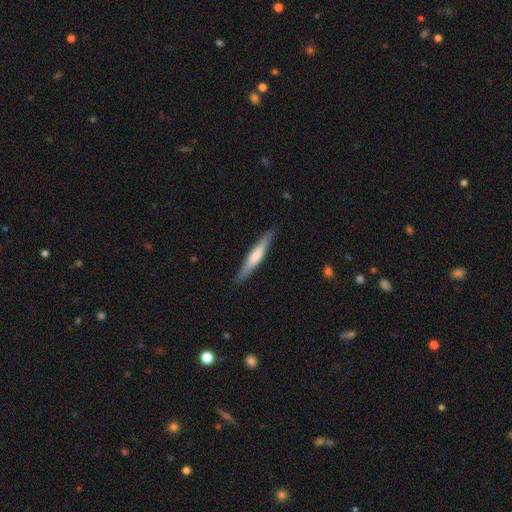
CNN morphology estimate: smooth 52%, featured or disk 43%, star or artifact 5%. Down the decision tree: how rounded — cigar-shaped (94%); merging — none (89%).